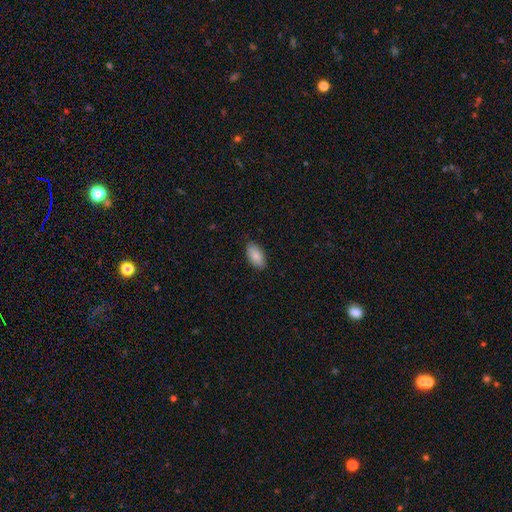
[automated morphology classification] Overall: smooth (86%). How rounded: in between (94%). Merging: none (86%).